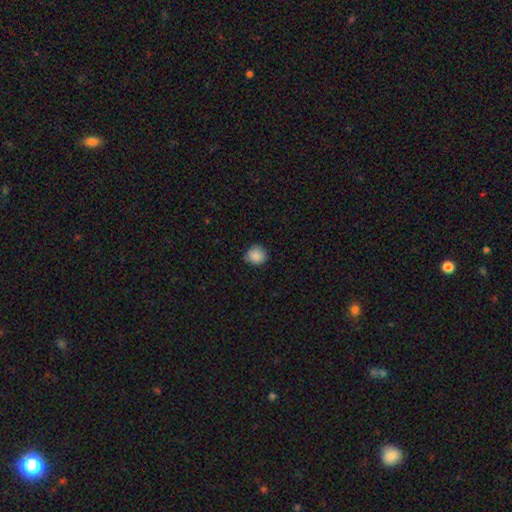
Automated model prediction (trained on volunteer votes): This is clearly a smooth galaxy (88%). How rounded: clearly round (85%). Merging: clearly none (80%).